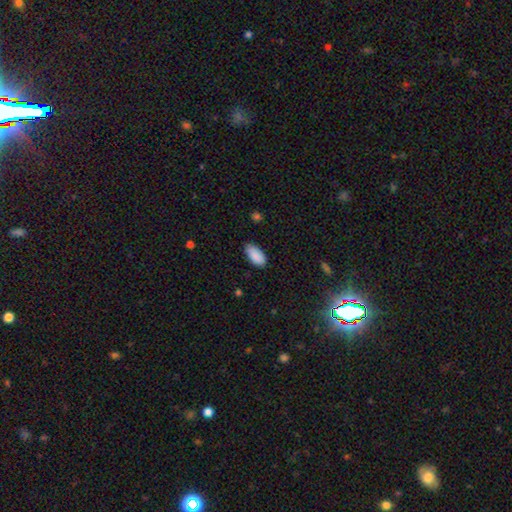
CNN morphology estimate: smooth_or_featured: smooth (p=0.90) [alt: star or artifact p=0.06]
how_rounded: in between (p=0.92) [alt: cigar-shaped p=0.06]
merging: none (p=0.81) [alt: minor disturbance p=0.15]